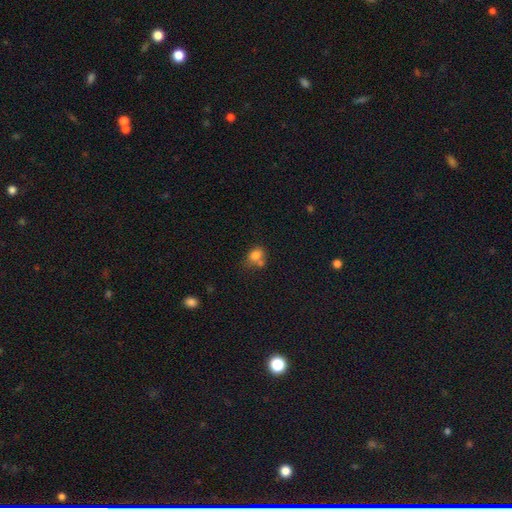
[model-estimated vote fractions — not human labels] Morphology: type=smooth (79%); roundness=in between (53%); merging=none (43%).